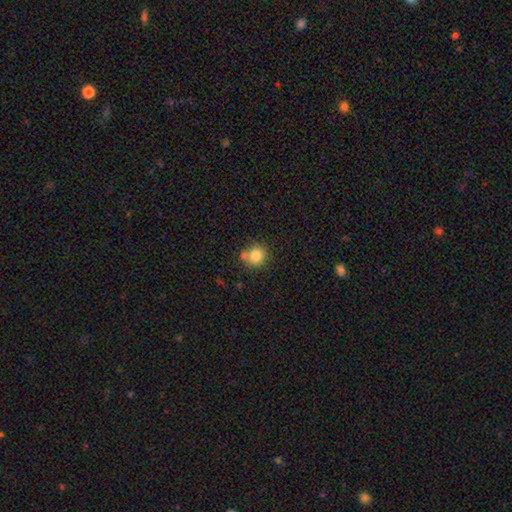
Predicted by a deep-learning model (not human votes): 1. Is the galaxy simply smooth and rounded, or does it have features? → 82% smooth, 11% star or artifact, 8% featured or disk.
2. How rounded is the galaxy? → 86% round, 13% in between, 1% cigar-shaped.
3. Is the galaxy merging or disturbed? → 66% none, 19% merger, 12% minor disturbance, 3% major disturbance.